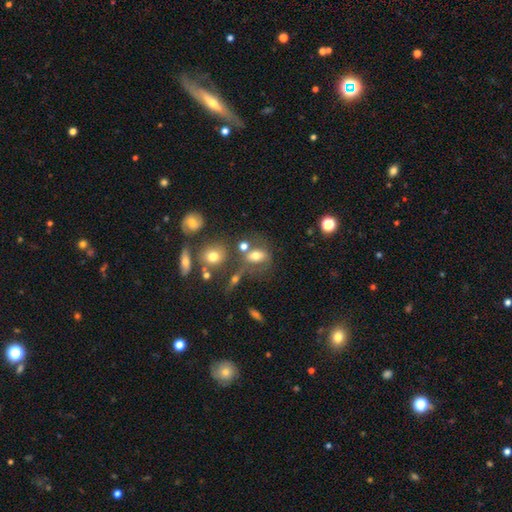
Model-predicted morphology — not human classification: Overall: smooth (62%; featured or disk 23%). How rounded: in between (70%). Merging: none (48%; merger 22%).